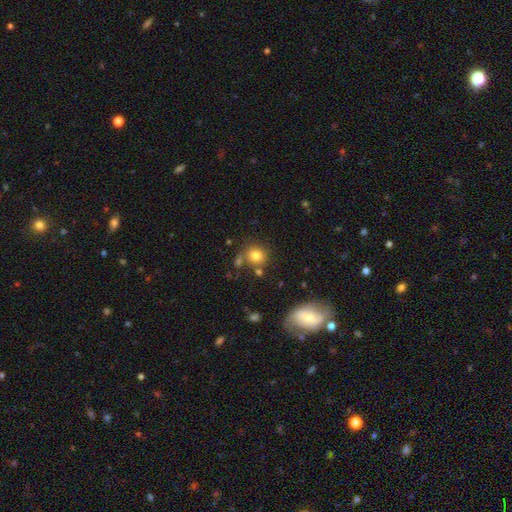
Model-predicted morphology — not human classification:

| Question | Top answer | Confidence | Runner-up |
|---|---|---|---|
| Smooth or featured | smooth | 80% | star or artifact (12%) |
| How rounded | round | 86% | in between (13%) |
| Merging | none | 73% | minor disturbance (11%) |